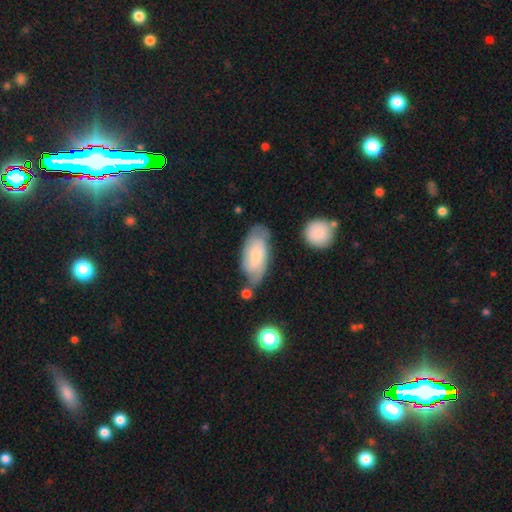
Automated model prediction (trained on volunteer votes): This appears to be a smooth galaxy with no disk features (49%). Merging: none (58%).